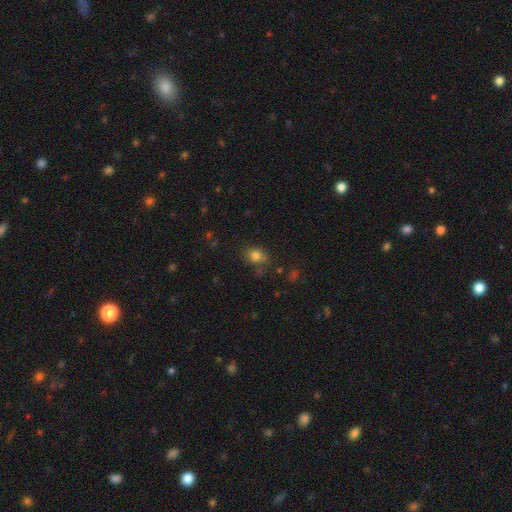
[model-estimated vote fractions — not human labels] Overall: smooth (81%). How rounded: round (52%; in between 46%). Merging: none (70%).